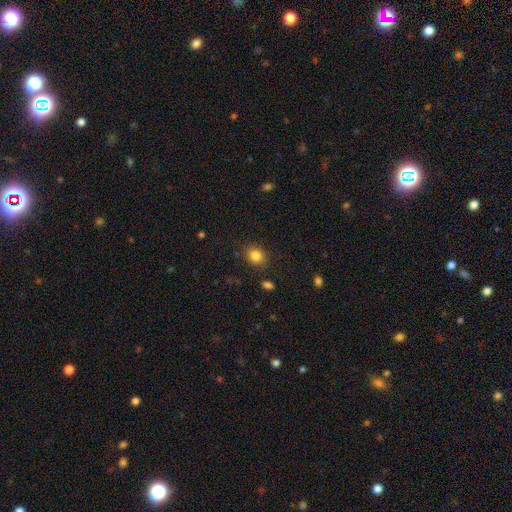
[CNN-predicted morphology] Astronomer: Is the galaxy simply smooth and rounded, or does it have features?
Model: smooth — 84%.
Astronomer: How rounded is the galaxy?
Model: round — 71%.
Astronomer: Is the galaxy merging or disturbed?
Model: none — 86%.